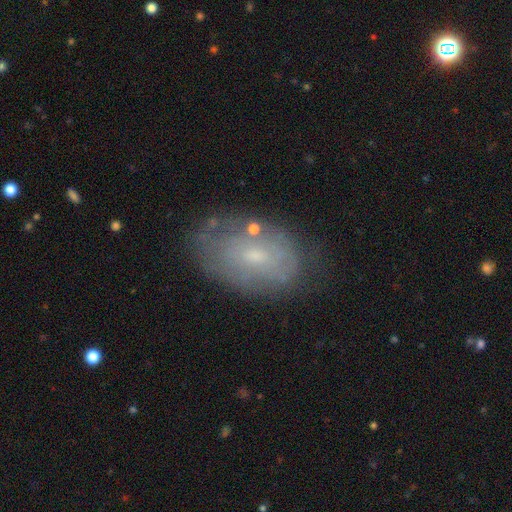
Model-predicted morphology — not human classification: A featured or disk galaxy (49%).

Vote fractions:
- Smooth or featured? featured or disk: 49% / smooth: 42% / star or artifact: 9%
- Merging? none: 68% / minor disturbance: 22% / major disturbance: 8% / merger: 3%